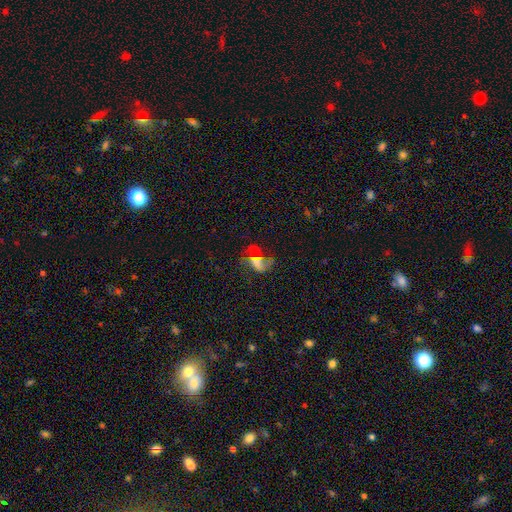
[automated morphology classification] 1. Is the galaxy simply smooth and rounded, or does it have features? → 47% featured or disk, 36% smooth, 17% star or artifact.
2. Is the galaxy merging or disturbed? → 44% major disturbance, 30% none, 16% minor disturbance, 11% merger.